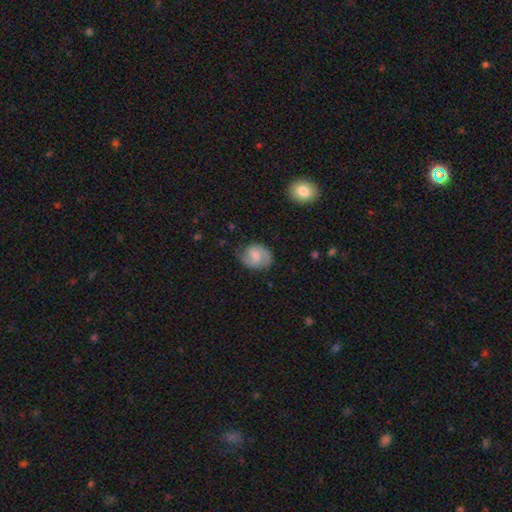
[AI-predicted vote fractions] Smooth or featured? featured or disk (58%)
Edge-on disk? no (98%)
Bar? weak (50%)
Spiral arms? yes (91%)
Spiral winding? medium (49%)
Spiral arm count? 2 (82%)
Bulge size? moderate (36%)
Merging? none (71%)